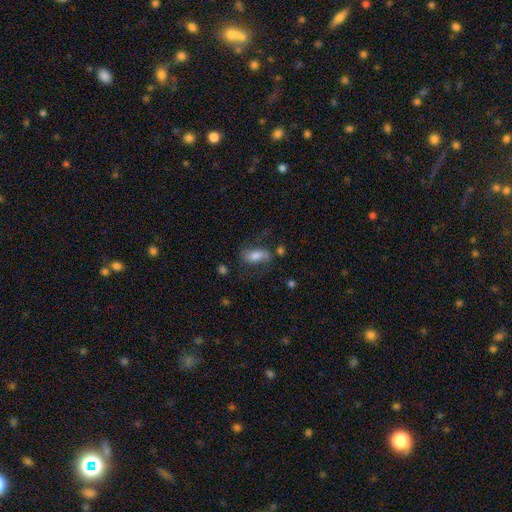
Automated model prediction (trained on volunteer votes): A smooth galaxy with no disk features (62%) that is in between round and cigar-shaped (83%). Merging: none (54%).